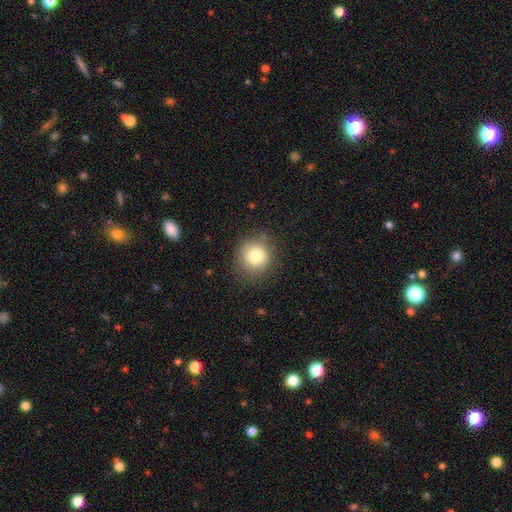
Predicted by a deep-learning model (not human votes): Smooth or featured: smooth — 81% (star or artifact — 11%)
How rounded: round — 89% (in between — 10%)
Merging: none — 82% (minor disturbance — 12%)